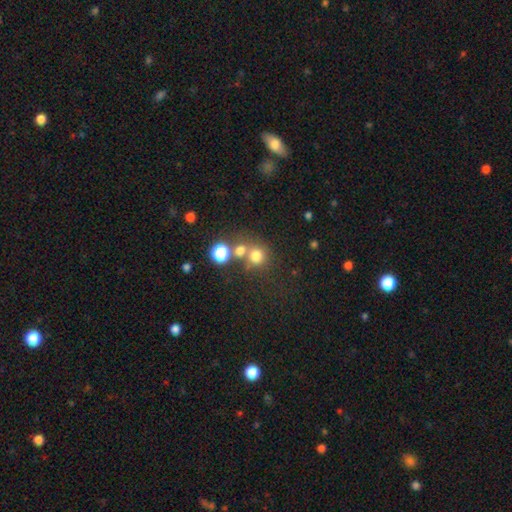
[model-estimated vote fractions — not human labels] Smooth or featured? Predicted: smooth (p=0.72). How rounded? Predicted: round (p=0.88). Merging? Predicted: none (p=0.56).